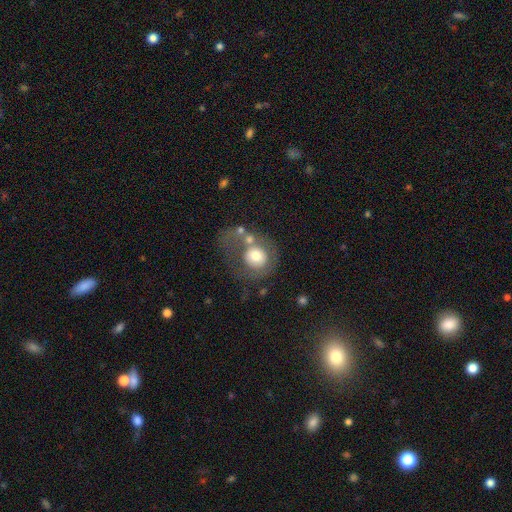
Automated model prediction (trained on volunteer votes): A smooth galaxy with no disk features (61%) that is round (81%).

Vote fractions:
- Smooth or featured? smooth: 61% / featured or disk: 30% / star or artifact: 9%
- How rounded? round: 81% / in between: 19% / cigar-shaped: 1%
- Merging? none: 35% / major disturbance: 27% / merger: 21% / minor disturbance: 17%